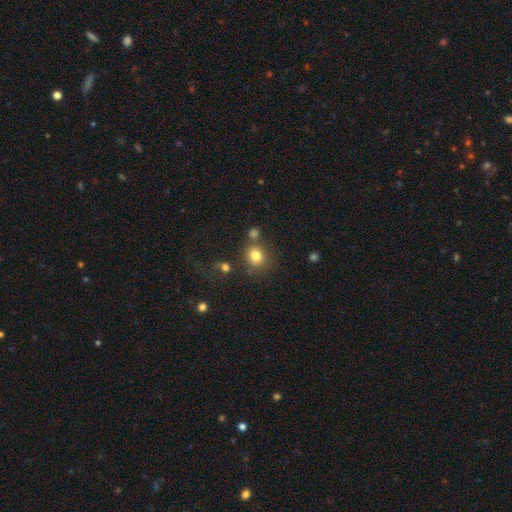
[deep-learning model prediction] A smooth galaxy with no disk features (79%) that is round (81%).

Vote fractions:
- Smooth or featured? smooth: 79% / star or artifact: 13% / featured or disk: 8%
- How rounded? round: 81% / in between: 18% / cigar-shaped: 1%
- Merging? none: 68% / merger: 14% / minor disturbance: 12% / major disturbance: 5%